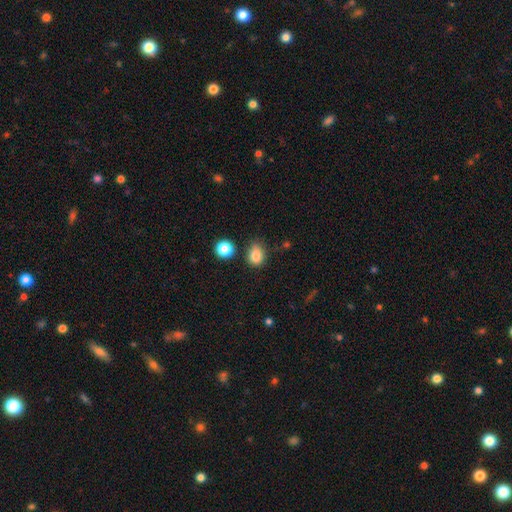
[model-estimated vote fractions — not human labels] This appears to be a smooth galaxy with no disk features (84%) that is in between round and cigar-shaped (53%). Merging: none (68%).